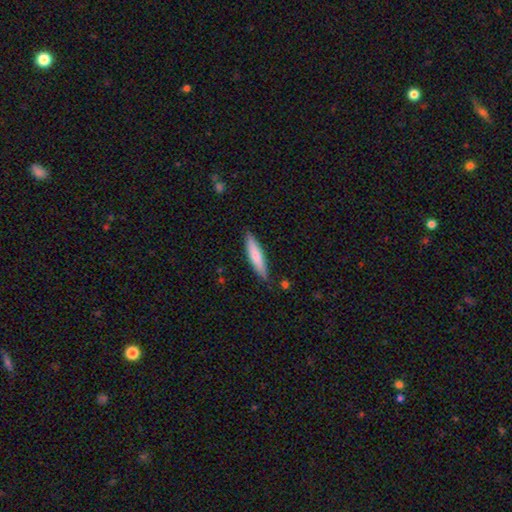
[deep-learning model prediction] Morphology: type=smooth (75%); roundness=cigar-shaped (81%); merging=none (84%).